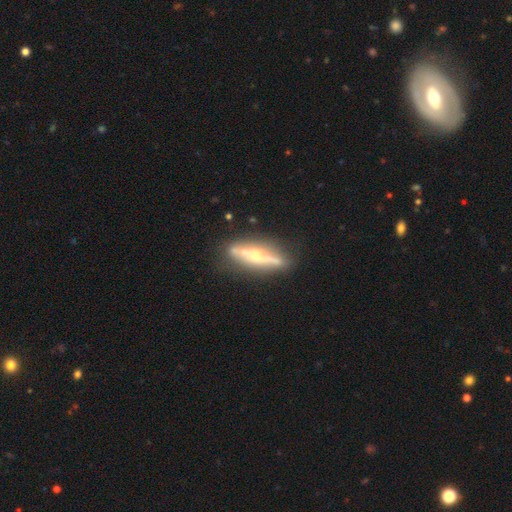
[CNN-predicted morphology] smooth_or_featured: featured or disk (p=0.72) [alt: smooth p=0.22]
disk_edge_on: yes (p=0.92) [alt: no p=0.08]
edge_on_bulge: rounded (p=0.76) [alt: boxy p=0.14]
merging: none (p=0.80) [alt: minor disturbance p=0.14]